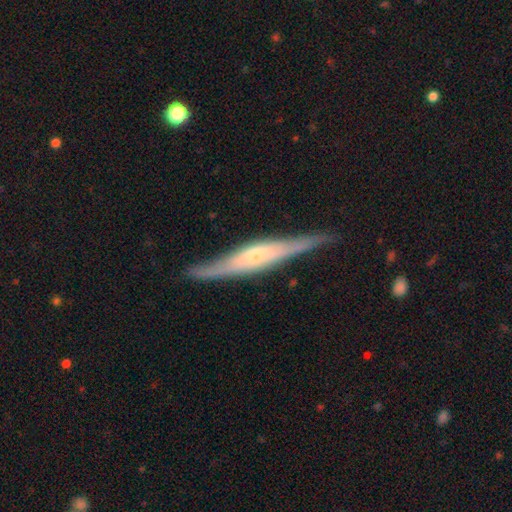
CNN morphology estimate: A featured or disk galaxy (74%) viewed edge-on (90%) with a rounded central bulge (65%).

Vote fractions:
- Smooth or featured? featured or disk: 74% / smooth: 21% / star or artifact: 5%
- Edge-on disk? yes: 90% / no: 10%
- Edge-on bulge? rounded: 65% / boxy: 19% / none: 16%
- Merging? none: 81% / minor disturbance: 14% / major disturbance: 3% / merger: 1%